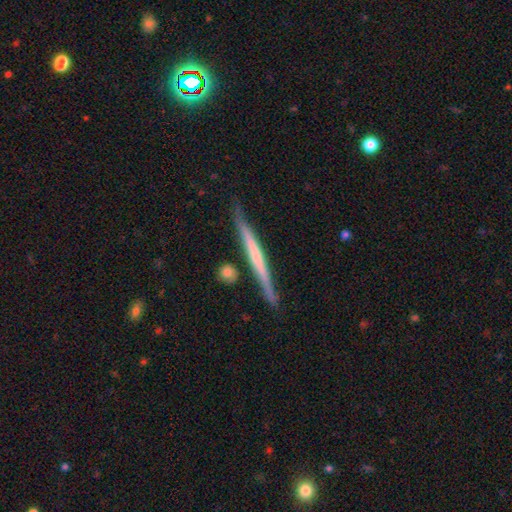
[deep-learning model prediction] Overall: featured or disk (61%; smooth 34%). Edge-on disk: yes (97%). Edge-on bulge: none (74%). Merging: none (81%).